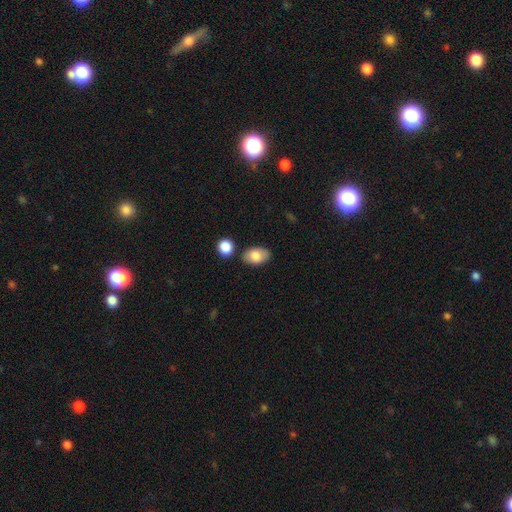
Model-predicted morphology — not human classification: A smooth galaxy with no disk features (81%) that is in between round and cigar-shaped (90%). Merging: none (79%).